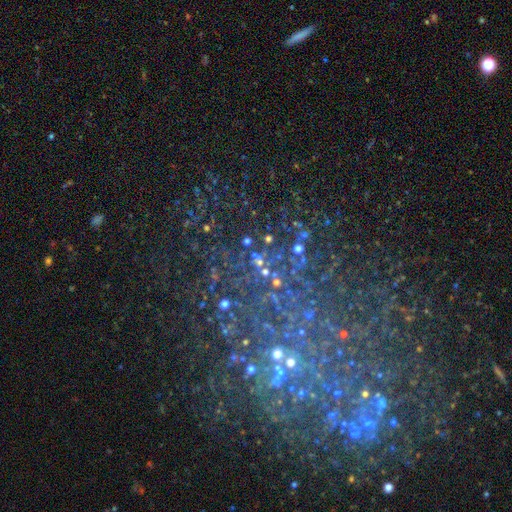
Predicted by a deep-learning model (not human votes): Smooth or featured: star or artifact — 65% (featured or disk — 19%)